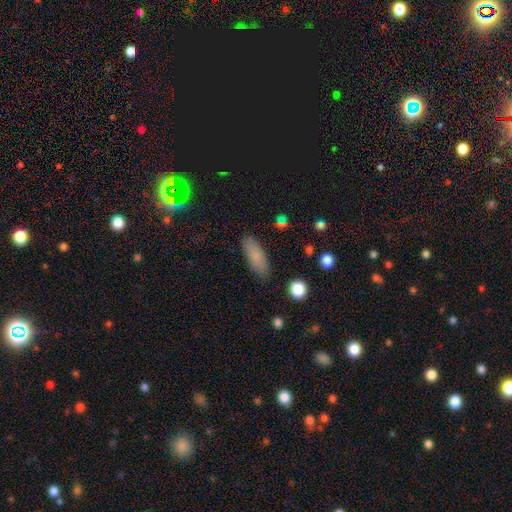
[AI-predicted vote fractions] Smooth or featured?
  - smooth: 81% *
  - featured or disk: 10%
  - star or artifact: 9%
How rounded?
  - in between: 66% *
  - cigar-shaped: 31%
  - round: 3%
Merging?
  - none: 86% *
  - minor disturbance: 10%
  - major disturbance: 2%
  - merger: 2%